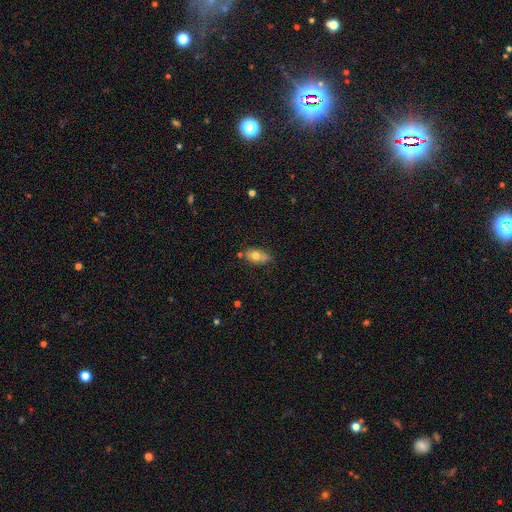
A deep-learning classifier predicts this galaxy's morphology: Smooth or featured? Predicted: smooth (p=0.71). How rounded? Predicted: in between (p=0.85). Merging? Predicted: none (p=0.65).